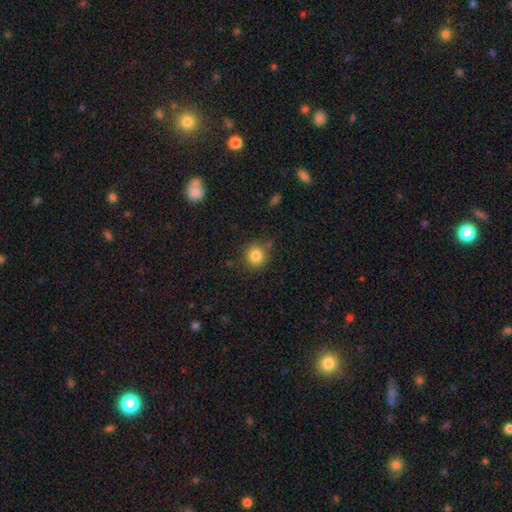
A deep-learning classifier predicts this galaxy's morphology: A smooth galaxy with no disk features (83%) that is round (91%). Merging: none (81%).